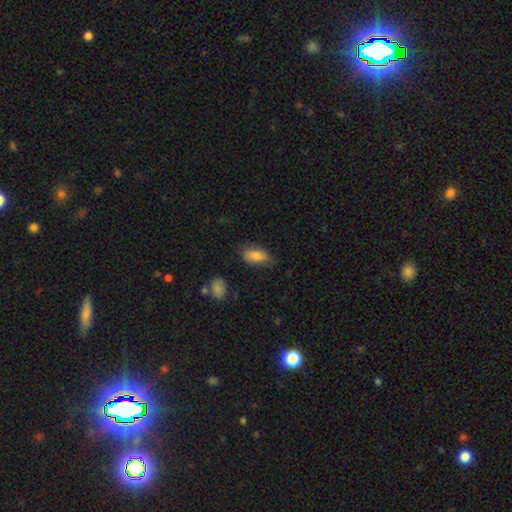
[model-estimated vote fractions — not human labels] A smooth galaxy with no disk features (81%) that is in between round and cigar-shaped (91%).

Vote fractions:
- Smooth or featured? smooth: 81% / featured or disk: 12% / star or artifact: 7%
- How rounded? in between: 91% / cigar-shaped: 6% / round: 4%
- Merging? none: 75% / minor disturbance: 19% / major disturbance: 5% / merger: 2%